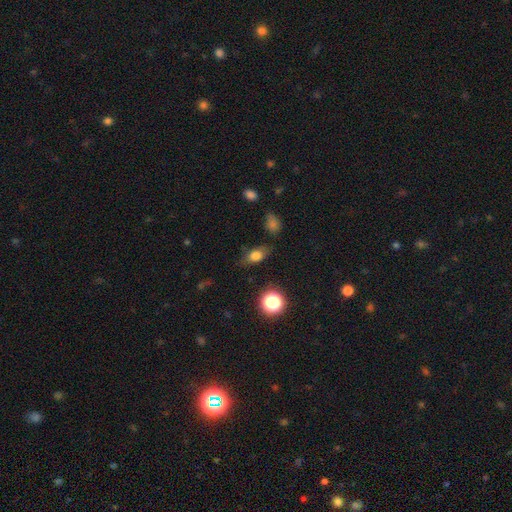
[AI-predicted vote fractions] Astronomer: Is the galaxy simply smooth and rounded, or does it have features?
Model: smooth — 75%.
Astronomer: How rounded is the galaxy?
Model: in between — 79%.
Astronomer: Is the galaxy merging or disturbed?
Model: none — 77%.